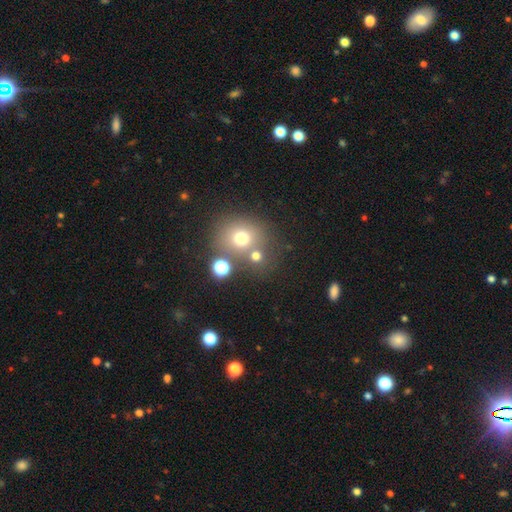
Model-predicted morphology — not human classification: A smooth galaxy with no disk features (67%) that is round (81%). Merging: none (60%).